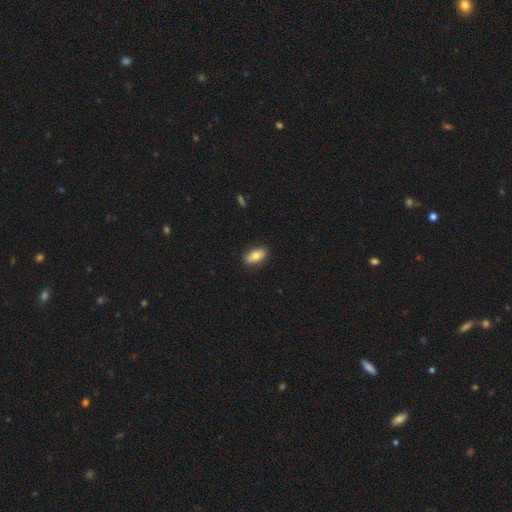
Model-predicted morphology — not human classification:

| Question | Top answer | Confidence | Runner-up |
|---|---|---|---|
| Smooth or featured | smooth | 77% | featured or disk (16%) |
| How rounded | in between | 90% | cigar-shaped (6%) |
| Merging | none | 85% | minor disturbance (11%) |